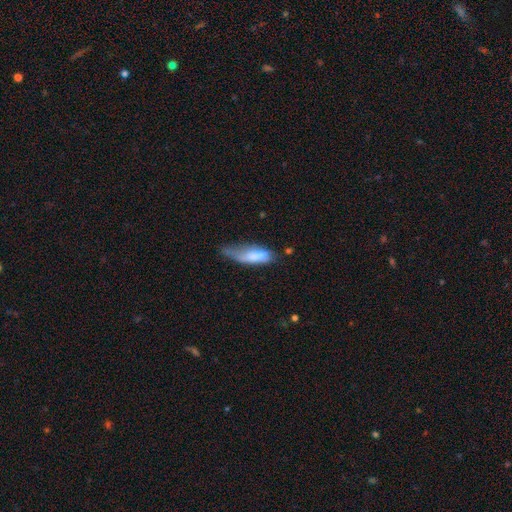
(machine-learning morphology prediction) This appears to be a smooth galaxy with no disk features (66%) that is in between round and cigar-shaped (55%). Merging: major disturbance (34%).